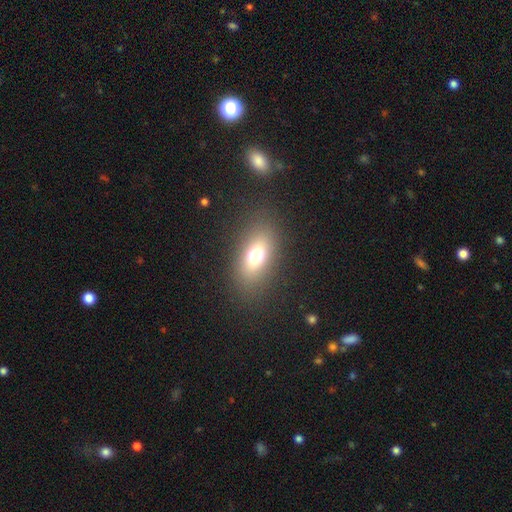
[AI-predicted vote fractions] Smooth or featured? Predicted: smooth (p=0.68). How rounded? Predicted: in between (p=0.79). Merging? Predicted: none (p=0.84).